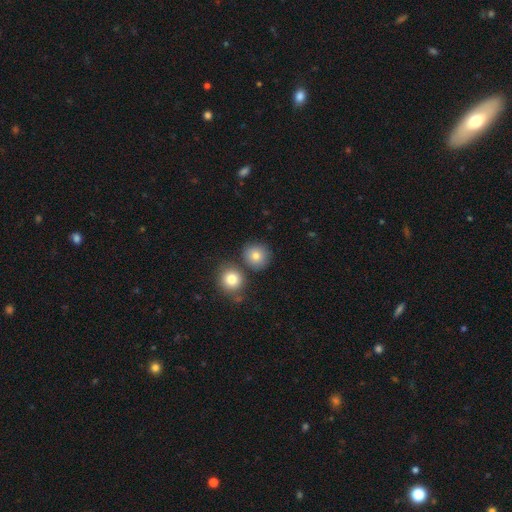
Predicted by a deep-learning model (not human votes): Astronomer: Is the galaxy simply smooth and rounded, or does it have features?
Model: smooth — 80%.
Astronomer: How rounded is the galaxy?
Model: round — 90%.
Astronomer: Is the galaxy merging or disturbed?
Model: none — 74%.